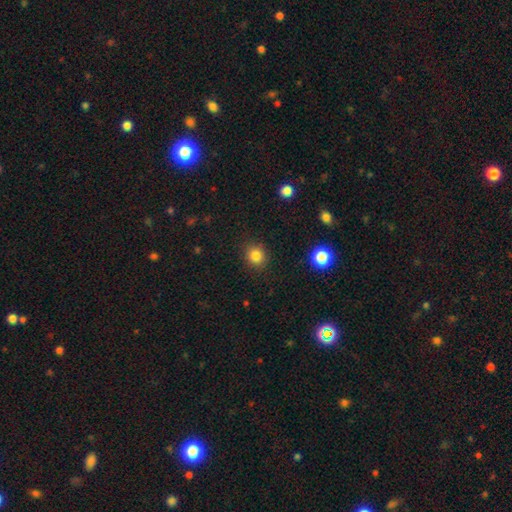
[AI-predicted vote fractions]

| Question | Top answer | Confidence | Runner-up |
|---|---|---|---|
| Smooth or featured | smooth | 84% | star or artifact (11%) |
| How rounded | round | 83% | in between (16%) |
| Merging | none | 89% | minor disturbance (7%) |